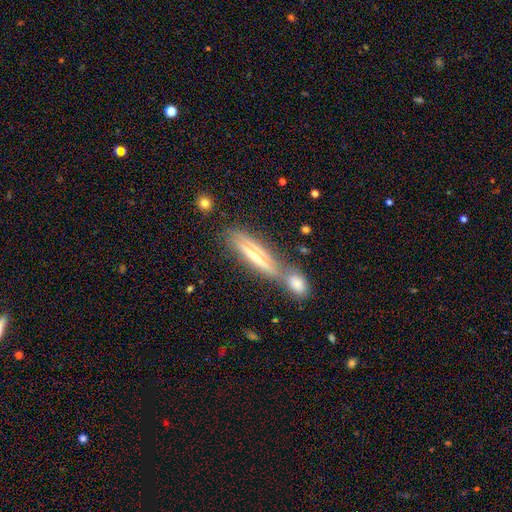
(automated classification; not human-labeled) Smooth or featured: featured or disk — 63% (smooth — 29%)
Edge-on disk: yes — 84% (no — 16%)
Edge-on bulge: rounded — 58% (none — 29%)
Merging: none — 52% (merger — 30%)